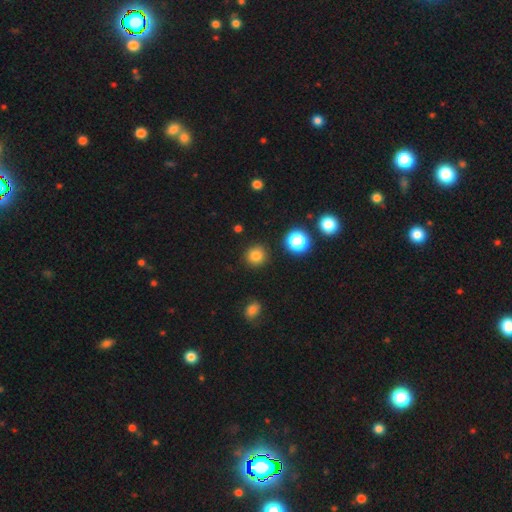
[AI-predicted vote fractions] The model was most divided on "smooth or featured": smooth: 82%, star or artifact: 13%, featured or disk: 4%. More confident: how rounded — round (92%); merging — none (90%).